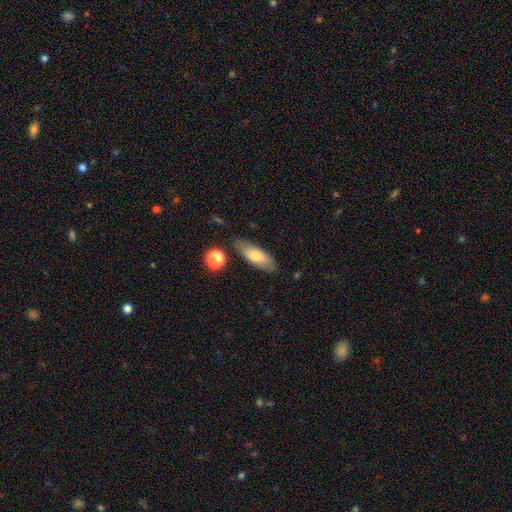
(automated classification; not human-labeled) Morphology: type=smooth (71%); roundness=in between (67%); merging=none (79%).